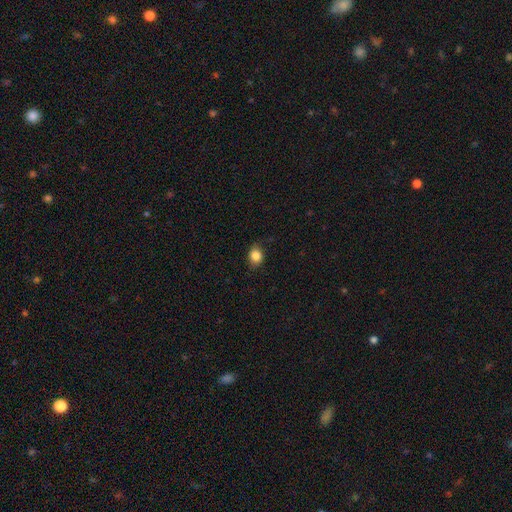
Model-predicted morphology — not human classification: A smooth galaxy with no disk features (85%) that is round (52%).

Vote fractions:
- Smooth or featured? smooth: 85% / star or artifact: 10% / featured or disk: 5%
- How rounded? round: 52% / in between: 47% / cigar-shaped: 1%
- Merging? none: 80% / minor disturbance: 16% / major disturbance: 3% / merger: 1%